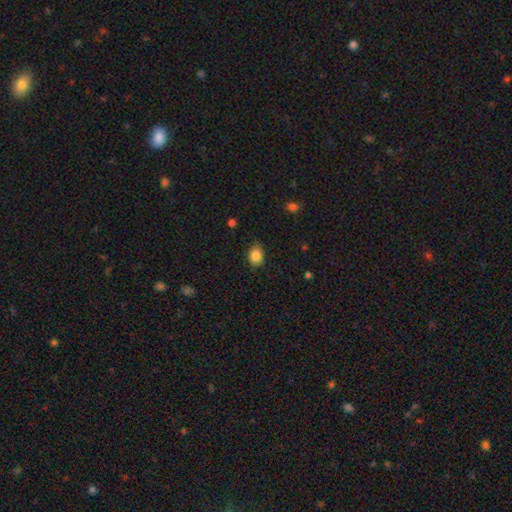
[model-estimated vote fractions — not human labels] This is clearly a smooth galaxy (86%). How rounded: possibly in between (58%). Merging: likely none (75%).